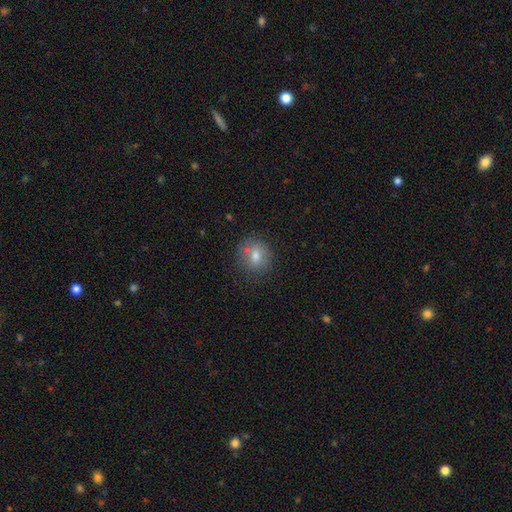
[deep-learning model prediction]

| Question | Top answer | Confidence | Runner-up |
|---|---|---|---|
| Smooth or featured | smooth | 72% | featured or disk (16%) |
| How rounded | round | 79% | in between (20%) |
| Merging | none | 71% | minor disturbance (13%) |